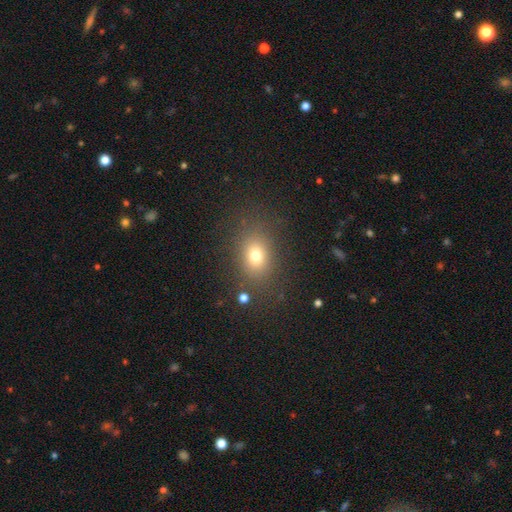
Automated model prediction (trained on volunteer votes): smooth_or_featured: smooth (p=0.73) [alt: star or artifact p=0.16]
how_rounded: in between (p=0.60) [alt: round p=0.38]
merging: none (p=0.81) [alt: minor disturbance p=0.11]